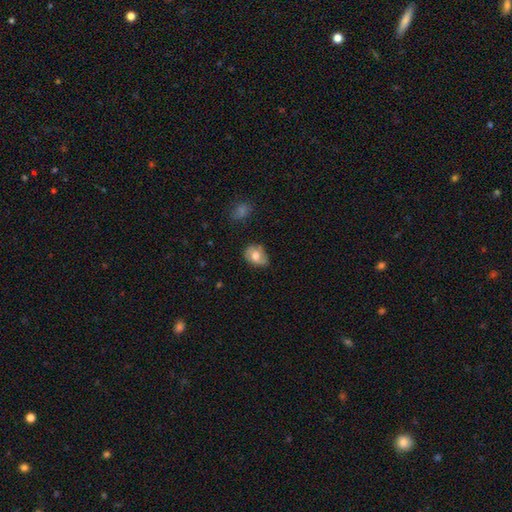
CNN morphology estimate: Smooth or featured: smooth — 61% (featured or disk — 31%)
How rounded: in between — 62% (round — 37%)
Merging: none — 61% (minor disturbance — 29%)